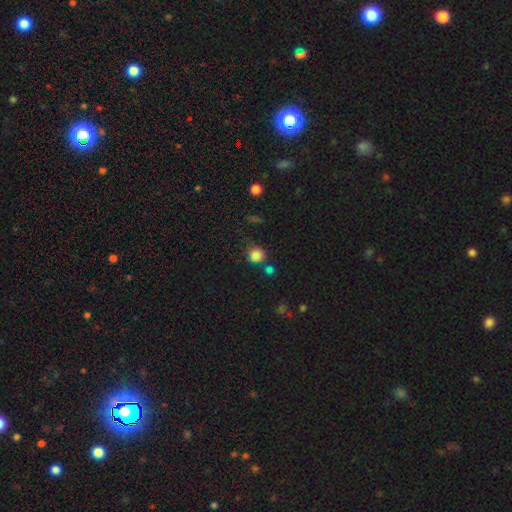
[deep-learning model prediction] smooth-or-featured: smooth: 78% | star or artifact: 17% | featured or disk: 5%
  how-rounded: round: 87% | in between: 12% | cigar-shaped: 1%
  merging: none: 69% | minor disturbance: 14% | merger: 12% | major disturbance: 5%